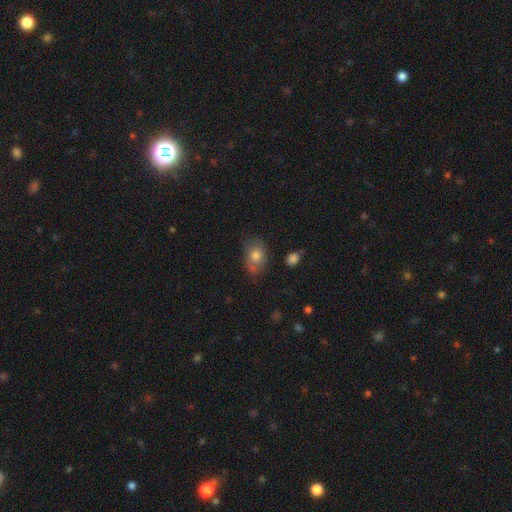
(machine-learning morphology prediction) This is likely a smooth galaxy (72%). How rounded: likely in between (77%). Merging: possibly none (60%).